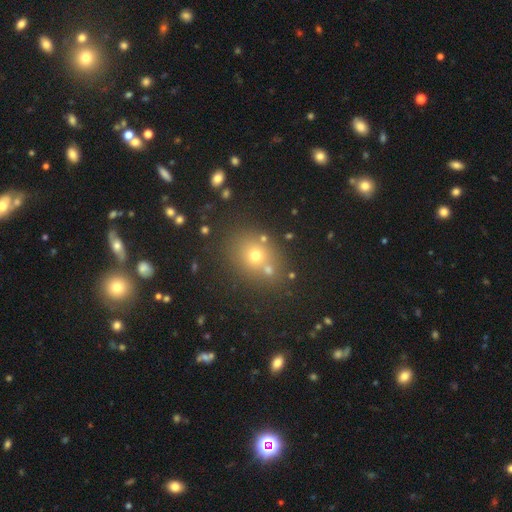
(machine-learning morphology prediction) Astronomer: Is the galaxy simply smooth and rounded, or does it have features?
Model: smooth — 63%.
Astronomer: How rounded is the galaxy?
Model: round — 69%.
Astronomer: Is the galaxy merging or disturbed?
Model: none — 67%.